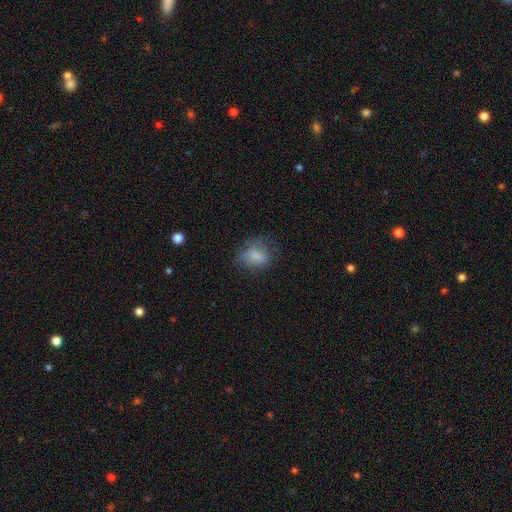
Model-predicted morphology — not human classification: This is clearly a smooth galaxy (80%). How rounded: possibly in between (57%). Merging: likely none (62%).